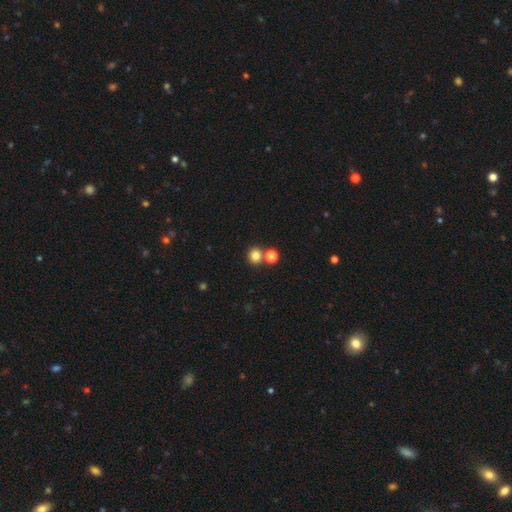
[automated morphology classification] Smooth or featured? smooth (81%)
How rounded? round (89%)
Merging? none (70%)